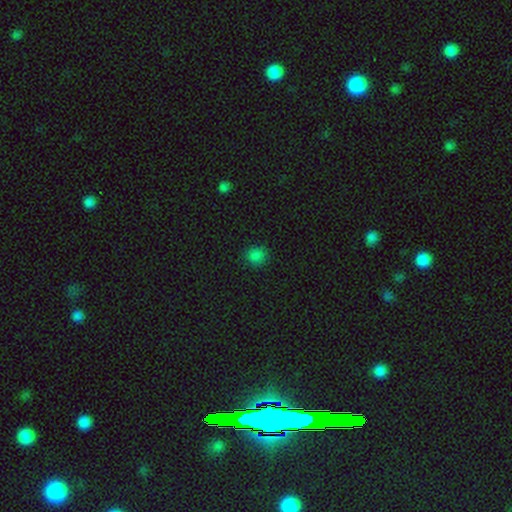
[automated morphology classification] smooth 82%, star or artifact 15%, featured or disk 3%. Down the decision tree: how rounded — round (84%); merging — none (88%).